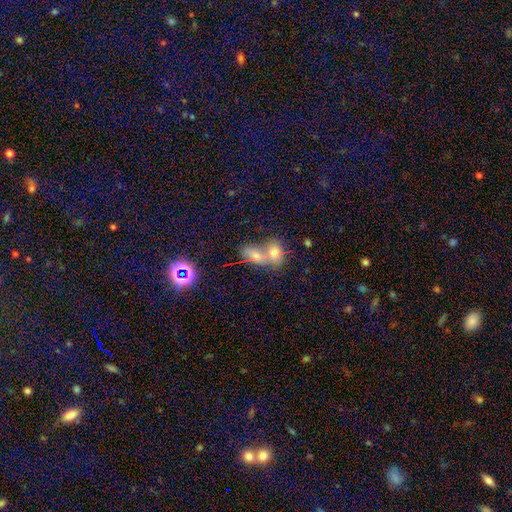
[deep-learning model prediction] This is likely a smooth galaxy (64%). How rounded: likely in between (74%). Merging: likely merger (65%).